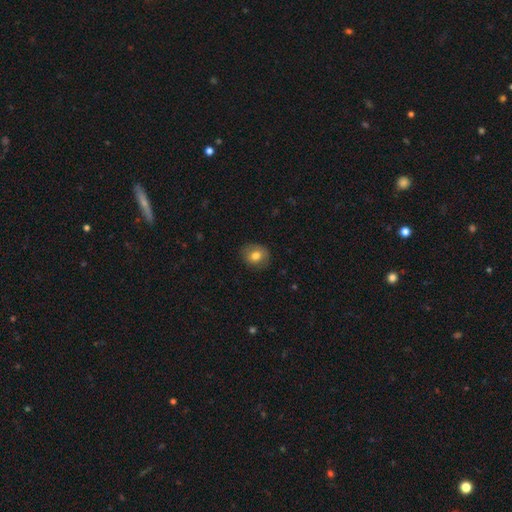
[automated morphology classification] A smooth galaxy with no disk features (74%) that is round (68%). Merging: none (83%).